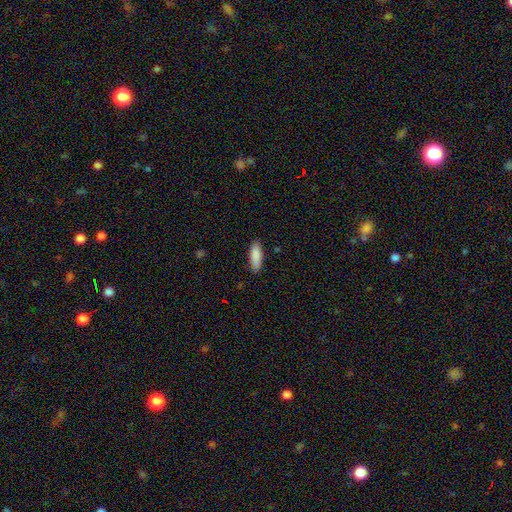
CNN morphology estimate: This appears to be a smooth galaxy with no disk features (88%) that is in between round and cigar-shaped (55%). Merging: none (85%).